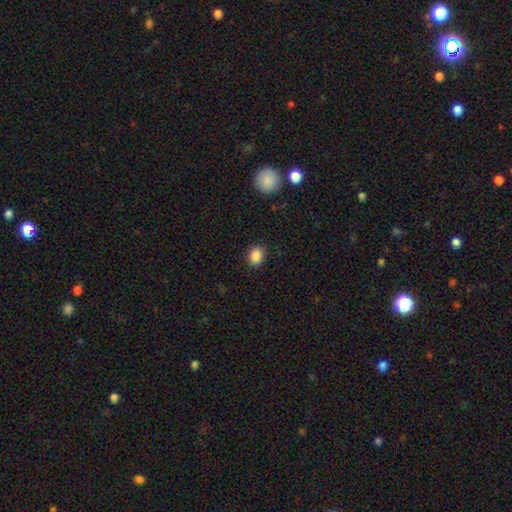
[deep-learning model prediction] A smooth galaxy with no disk features (88%) that is in between round and cigar-shaped (61%). Merging: none (87%).